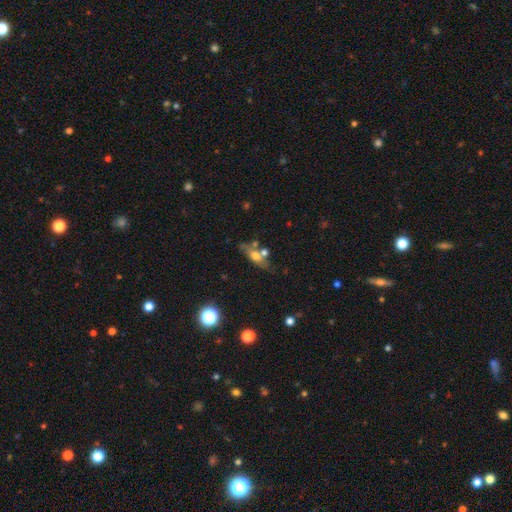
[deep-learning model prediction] This appears to be a smooth galaxy with no disk features (50%) that is in between round and cigar-shaped (57%). Merging: none (57%).